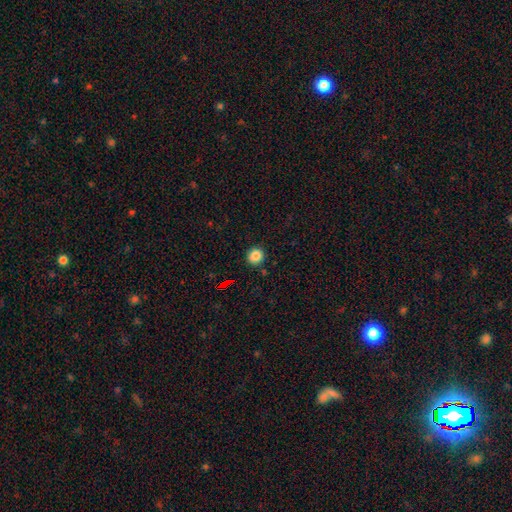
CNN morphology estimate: Smooth or featured: smooth — 83% (star or artifact — 12%)
How rounded: round — 92% (in between — 7%)
Merging: none — 89% (minor disturbance — 7%)